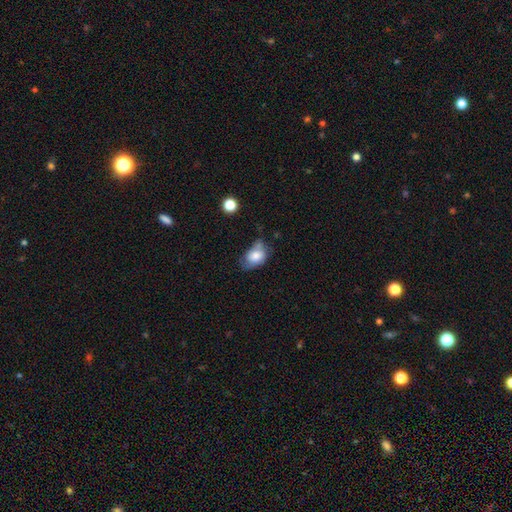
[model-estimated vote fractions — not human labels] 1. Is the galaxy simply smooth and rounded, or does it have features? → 73% smooth, 19% featured or disk, 8% star or artifact.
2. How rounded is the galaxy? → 77% in between, 22% round, 1% cigar-shaped.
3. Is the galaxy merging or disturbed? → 38% minor disturbance, 35% none, 18% major disturbance, 9% merger.